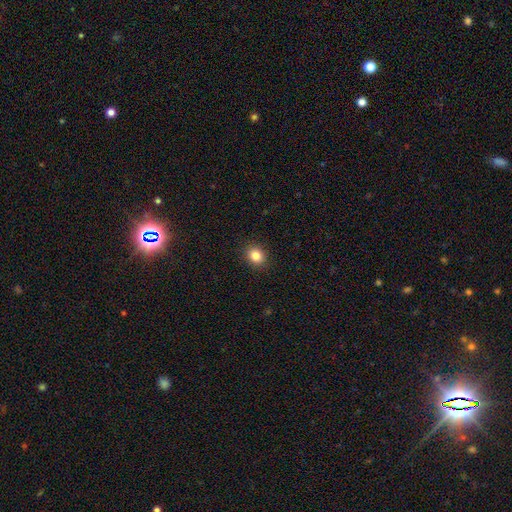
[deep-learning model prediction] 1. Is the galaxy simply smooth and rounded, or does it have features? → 84% smooth, 10% star or artifact, 5% featured or disk.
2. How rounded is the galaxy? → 67% round, 32% in between, 1% cigar-shaped.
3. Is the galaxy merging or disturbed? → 91% none, 6% minor disturbance, 2% major disturbance, 1% merger.